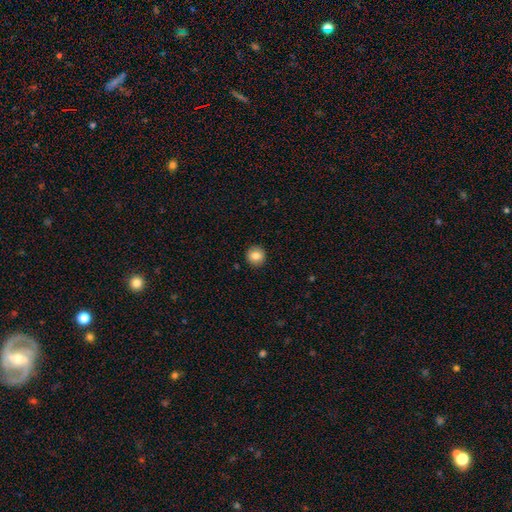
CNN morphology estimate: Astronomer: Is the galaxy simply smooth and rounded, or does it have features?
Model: smooth — 84%.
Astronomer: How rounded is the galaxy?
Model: round — 91%.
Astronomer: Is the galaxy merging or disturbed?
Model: none — 92%.